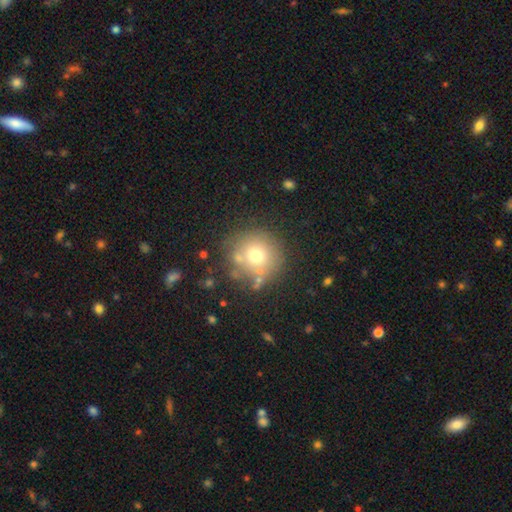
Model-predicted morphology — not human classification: smooth-or-featured: smooth: 69% | featured or disk: 17% | star or artifact: 14%
  how-rounded: round: 93% | in between: 6% | cigar-shaped: 1%
  merging: none: 74% | minor disturbance: 12% | merger: 8% | major disturbance: 5%